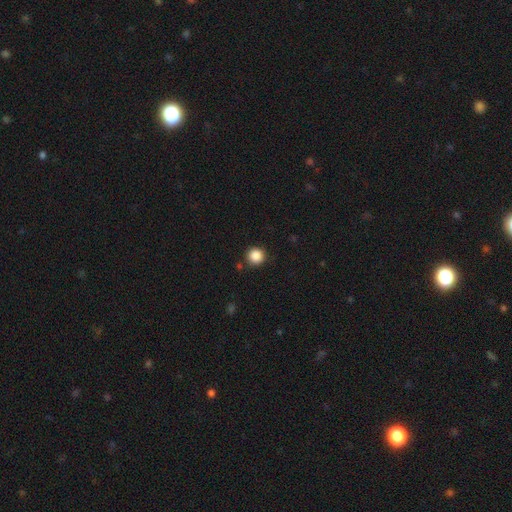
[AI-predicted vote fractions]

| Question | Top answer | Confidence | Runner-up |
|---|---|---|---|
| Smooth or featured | smooth | 87% | star or artifact (11%) |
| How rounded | round | 95% | in between (4%) |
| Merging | none | 88% | minor disturbance (7%) |